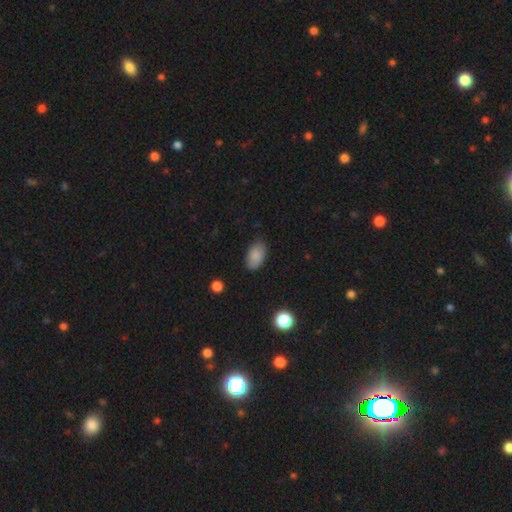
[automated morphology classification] smooth 86%, star or artifact 8%, featured or disk 6%. Down the decision tree: how rounded — in between (93%); merging — none (80%).